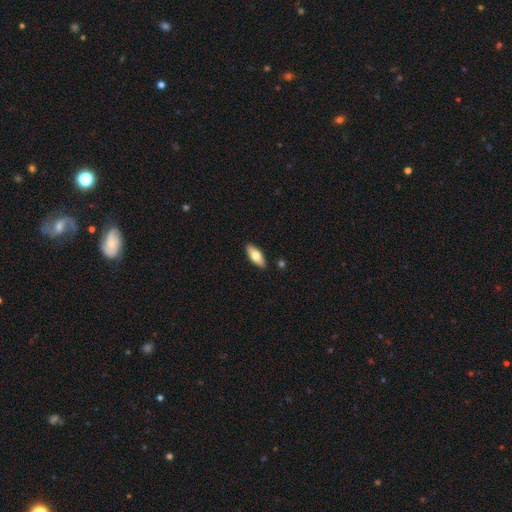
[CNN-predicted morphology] Smooth or featured?
  - smooth: 70% *
  - featured or disk: 24%
  - star or artifact: 6%
How rounded?
  - in between: 81% *
  - cigar-shaped: 17%
  - round: 2%
Merging?
  - none: 89% *
  - minor disturbance: 8%
  - merger: 2%
  - major disturbance: 2%